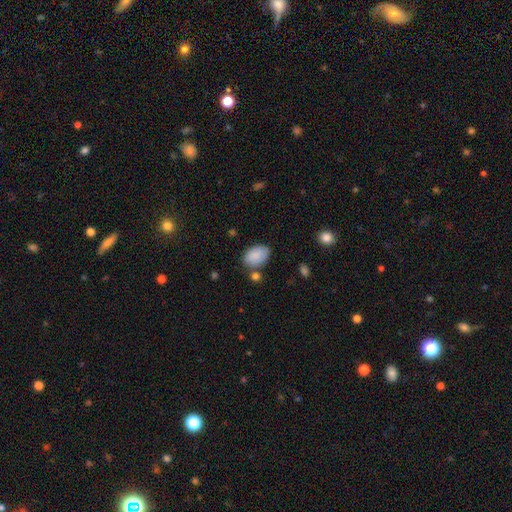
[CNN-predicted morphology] The model was most divided on "merging": none: 70%, minor disturbance: 17%, merger: 8%, major disturbance: 4%. More confident: how rounded — in between (89%); smooth or featured — smooth (87%).